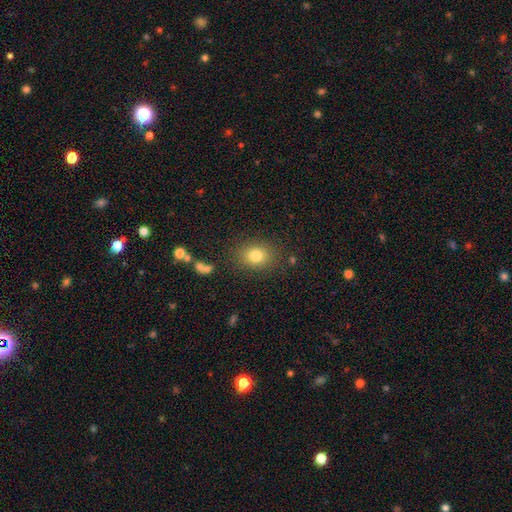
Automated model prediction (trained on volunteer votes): smooth_or_featured: smooth (p=0.80) [alt: star or artifact p=0.12]
how_rounded: round (p=0.50) [alt: in between p=0.49]
merging: none (p=0.83) [alt: minor disturbance p=0.11]